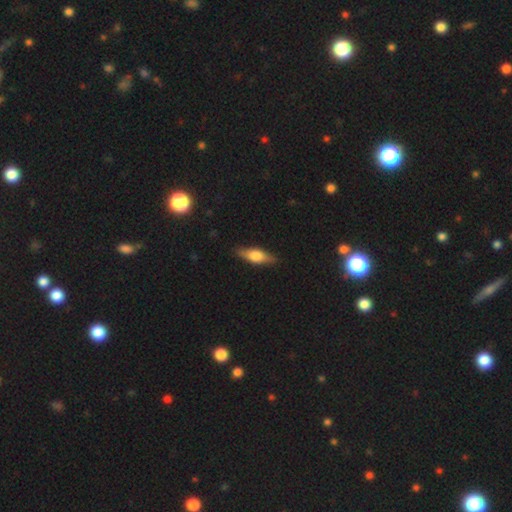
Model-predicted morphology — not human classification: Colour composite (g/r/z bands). It shows a smooth galaxy with no disk features (54%) that is in between round and cigar-shaped (55%). Merging: none (87%).